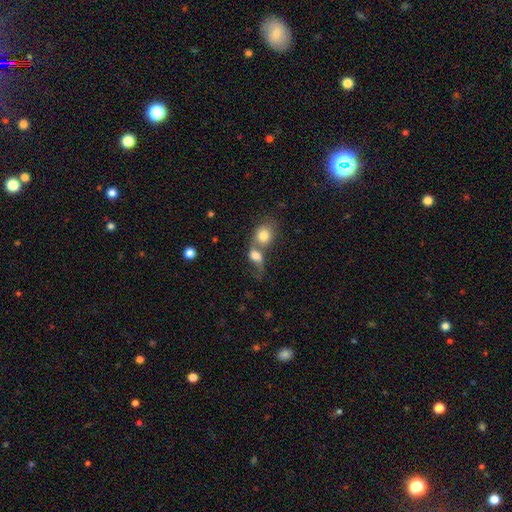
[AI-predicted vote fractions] Smooth or featured? Predicted: smooth (p=0.72). How rounded? Predicted: in between (p=0.51). Merging? Predicted: merger (p=0.71).